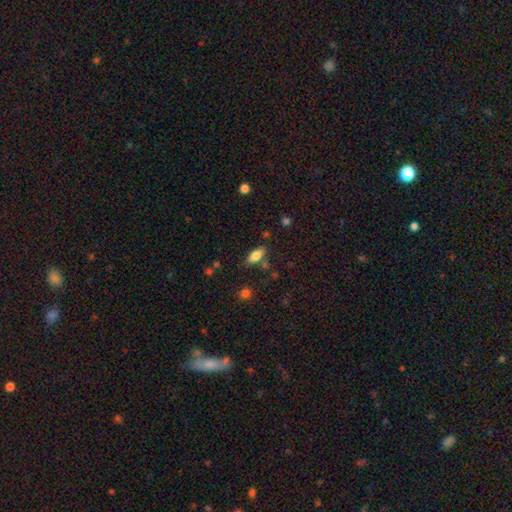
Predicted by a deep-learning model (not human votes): The model was most divided on "merging": none: 75%, minor disturbance: 15%, merger: 6%, major disturbance: 4%. More confident: how rounded — in between (84%); smooth or featured — smooth (80%).